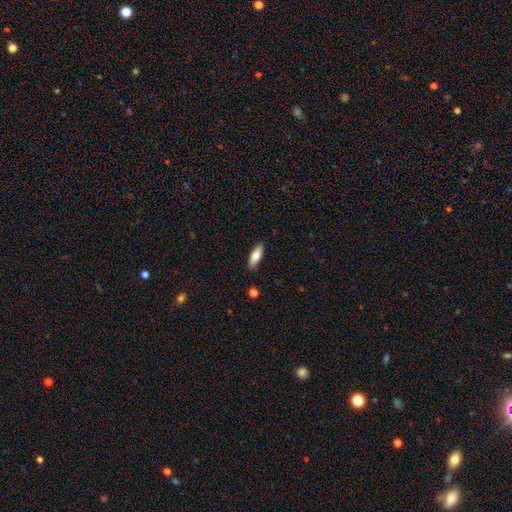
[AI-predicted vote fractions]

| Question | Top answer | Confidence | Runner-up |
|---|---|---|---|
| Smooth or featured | smooth | 68% | featured or disk (25%) |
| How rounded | in between | 60% | cigar-shaped (37%) |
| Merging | none | 89% | minor disturbance (8%) |